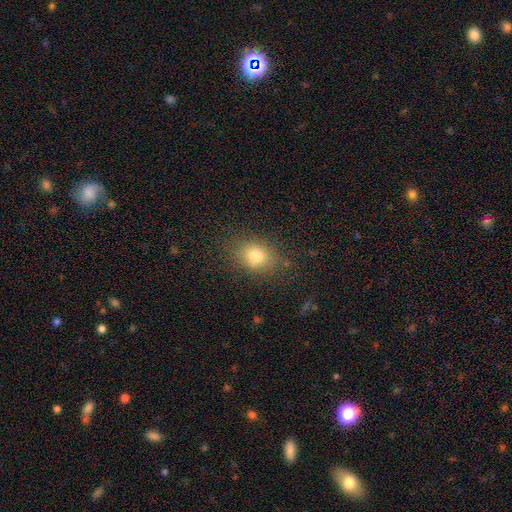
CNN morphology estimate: smooth-or-featured: smooth: 77% | star or artifact: 13% | featured or disk: 10%
  how-rounded: in between: 56% | round: 43% | cigar-shaped: 2%
  merging: none: 77% | minor disturbance: 15% | major disturbance: 6% | merger: 2%